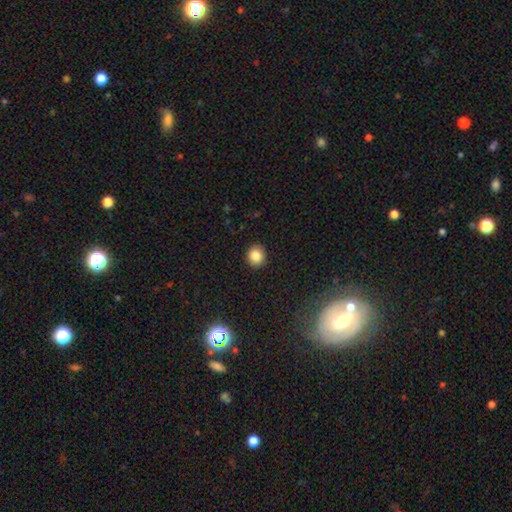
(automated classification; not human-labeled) smooth-or-featured: smooth: 86% | star or artifact: 10% | featured or disk: 4%
  how-rounded: round: 87% | in between: 12% | cigar-shaped: 1%
  merging: none: 91% | minor disturbance: 6% | major disturbance: 2% | merger: 1%